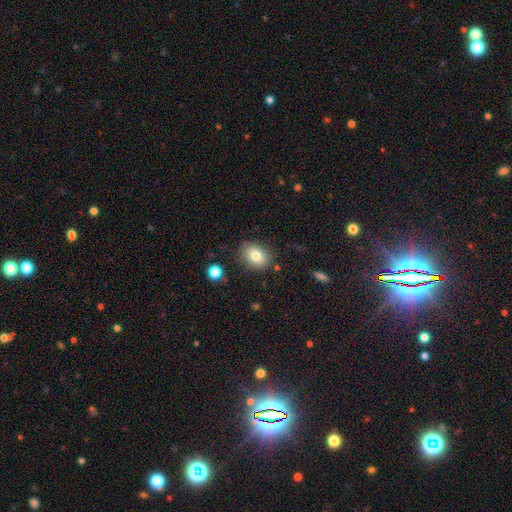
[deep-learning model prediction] A smooth galaxy with no disk features (80%) that is in between round and cigar-shaped (65%). Merging: none (81%).